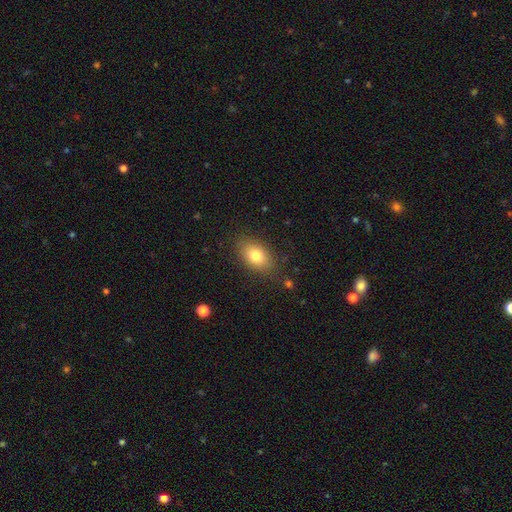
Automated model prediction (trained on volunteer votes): Q: Smooth or featured?
A: smooth (79%); runner-up: featured or disk (12%)
Q: How rounded?
A: in between (84%); runner-up: round (15%)
Q: Merging?
A: none (81%); runner-up: minor disturbance (13%)